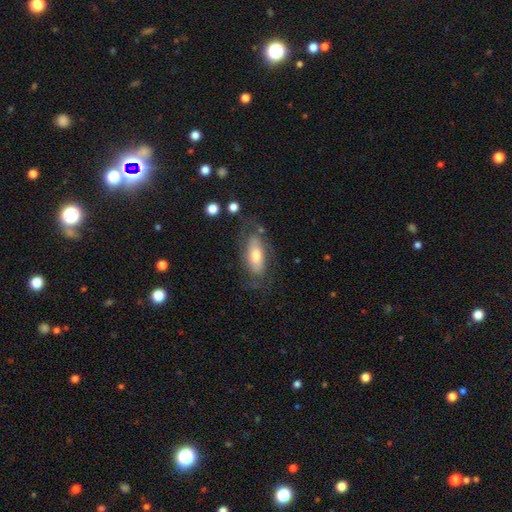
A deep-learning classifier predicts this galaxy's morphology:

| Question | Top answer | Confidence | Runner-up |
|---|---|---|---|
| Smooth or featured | smooth | 50% | featured or disk (43%) |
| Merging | none | 61% | minor disturbance (21%) |